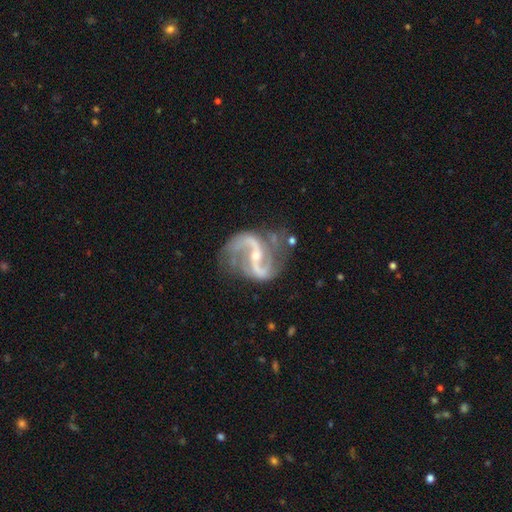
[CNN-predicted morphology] type=featured or disk (93%); edge-on=no (98%); bar=strong (45%); spiral arms=yes (98%); winding=loose (54%); arm count=2 (93%); bulge=small (69%); merging=none (66%).